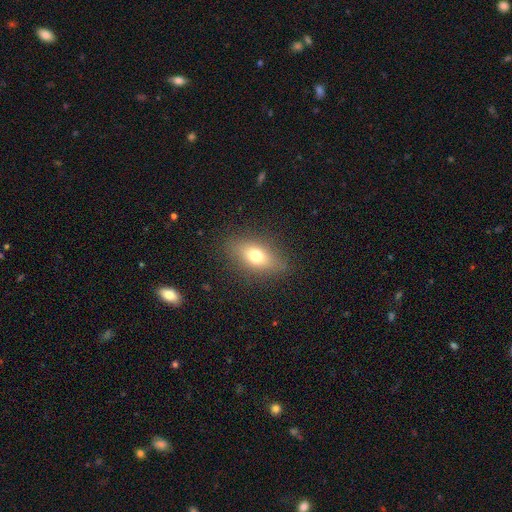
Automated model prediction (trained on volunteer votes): Smooth or featured: smooth — 71% (featured or disk — 19%)
How rounded: in between — 80% (round — 12%)
Merging: none — 85% (minor disturbance — 10%)